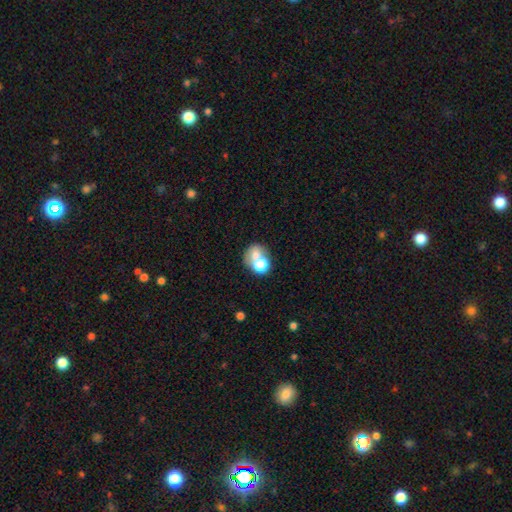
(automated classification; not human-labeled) Smooth or featured? Predicted: smooth (p=0.66). How rounded? Predicted: round (p=0.60). Merging? Predicted: merger (p=0.54).